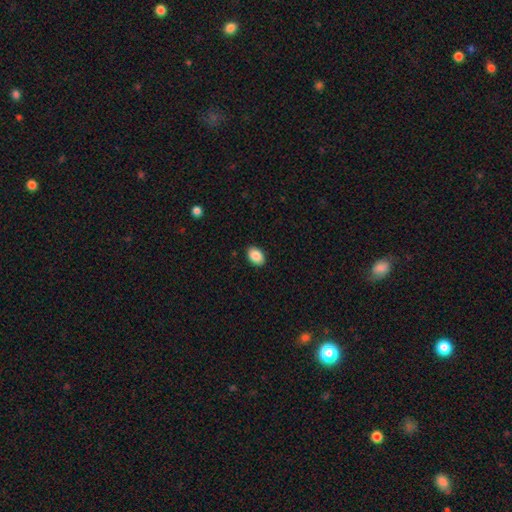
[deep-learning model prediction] Morphology: type=smooth (89%); roundness=in between (84%); merging=none (90%).